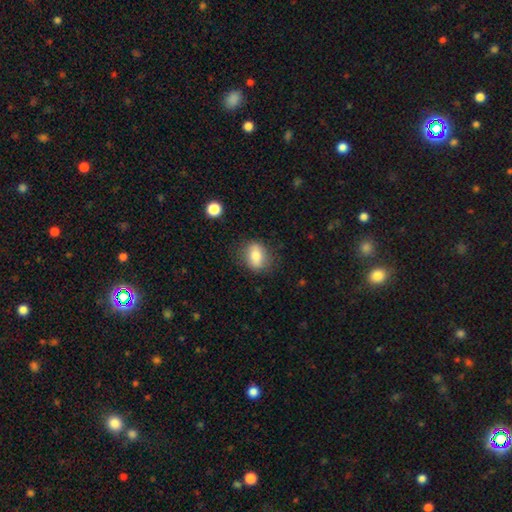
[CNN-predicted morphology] smooth 78%, featured or disk 14%, star or artifact 8%. Down the decision tree: how rounded — in between (68%); merging — none (78%).